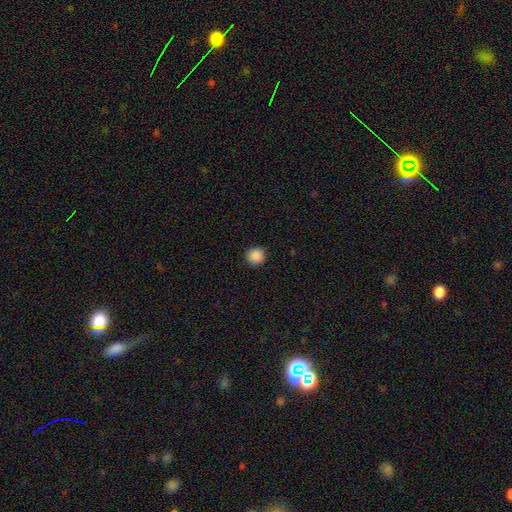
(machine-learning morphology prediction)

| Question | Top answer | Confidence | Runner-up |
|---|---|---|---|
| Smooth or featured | smooth | 88% | star or artifact (9%) |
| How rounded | round | 94% | in between (5%) |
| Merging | none | 92% | minor disturbance (5%) |